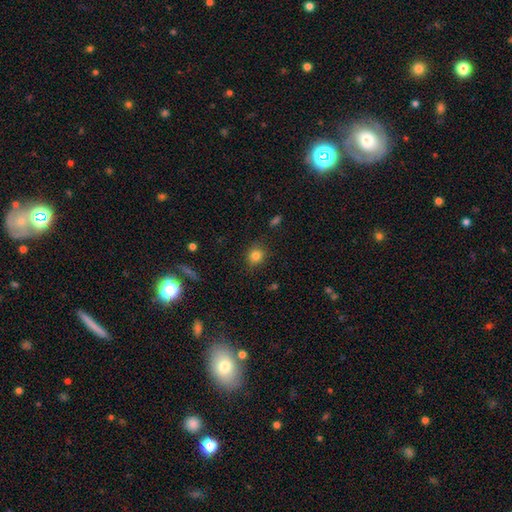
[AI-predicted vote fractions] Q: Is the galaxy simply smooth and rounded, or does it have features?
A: smooth — 82%.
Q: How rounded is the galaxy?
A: round — 81%.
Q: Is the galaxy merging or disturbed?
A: none — 84%.